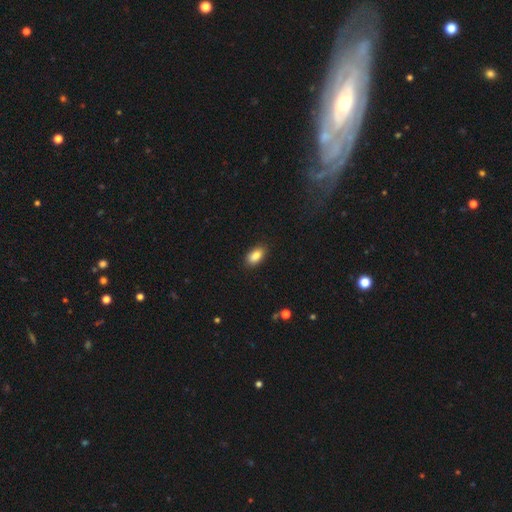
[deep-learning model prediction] Smooth or featured? Predicted: smooth (p=0.87). How rounded? Predicted: in between (p=0.92). Merging? Predicted: none (p=0.86).